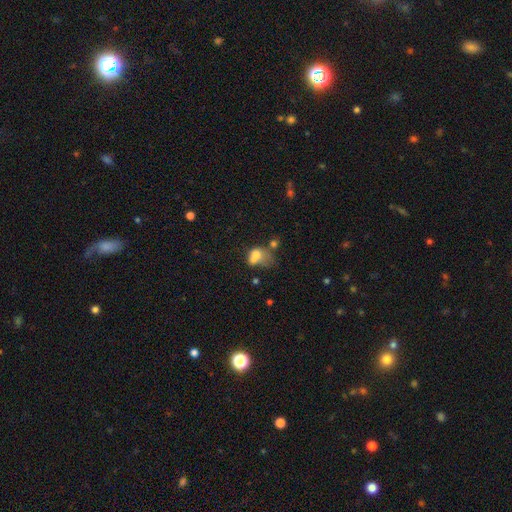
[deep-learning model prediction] Q: Smooth or featured?
A: smooth (65%); runner-up: featured or disk (22%)
Q: How rounded?
A: in between (61%); runner-up: round (38%)
Q: Merging?
A: merger (47%); runner-up: major disturbance (21%)